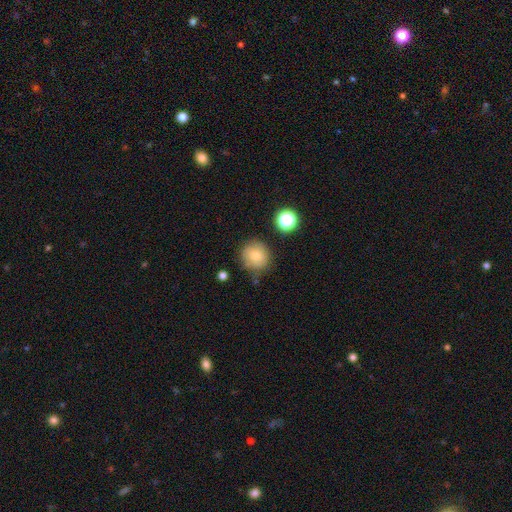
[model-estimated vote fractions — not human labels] smooth_or_featured: smooth (p=0.76) [alt: featured or disk p=0.13]
how_rounded: round (p=0.89) [alt: in between p=0.10]
merging: none (p=0.75) [alt: minor disturbance p=0.17]